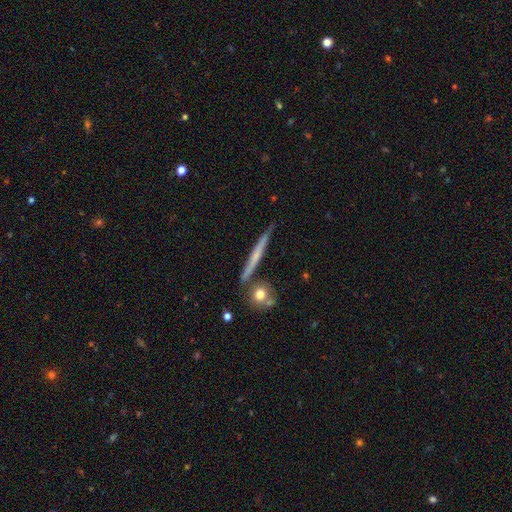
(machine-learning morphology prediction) featured or disk 55%, smooth 39%, star or artifact 6%. Down the decision tree: edge-on disk — yes (96%); edge-on bulge — none (73%); merging — none (82%).